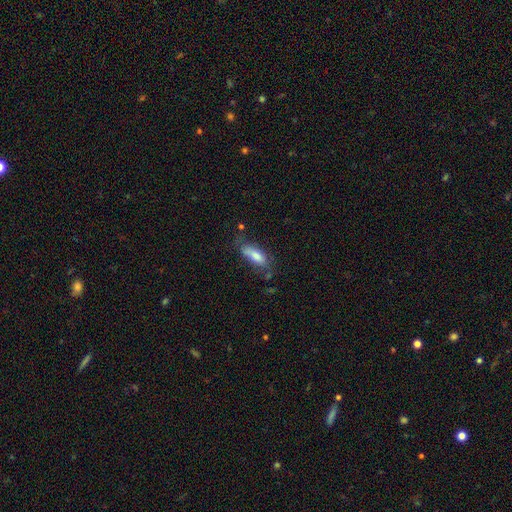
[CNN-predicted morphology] smooth-or-featured: smooth: 71% | featured or disk: 21% | star or artifact: 7%
  how-rounded: in between: 65% | cigar-shaped: 33% | round: 2%
  merging: none: 56% | minor disturbance: 28% | major disturbance: 10% | merger: 6%